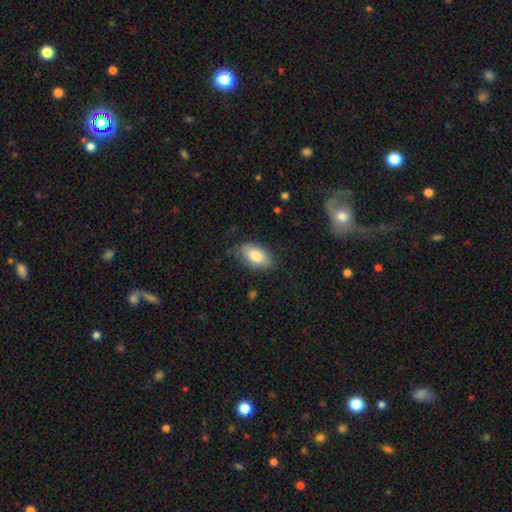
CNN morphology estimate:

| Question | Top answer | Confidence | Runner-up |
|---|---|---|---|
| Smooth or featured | smooth | 80% | featured or disk (13%) |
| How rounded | in between | 93% | round (5%) |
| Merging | none | 73% | minor disturbance (21%) |